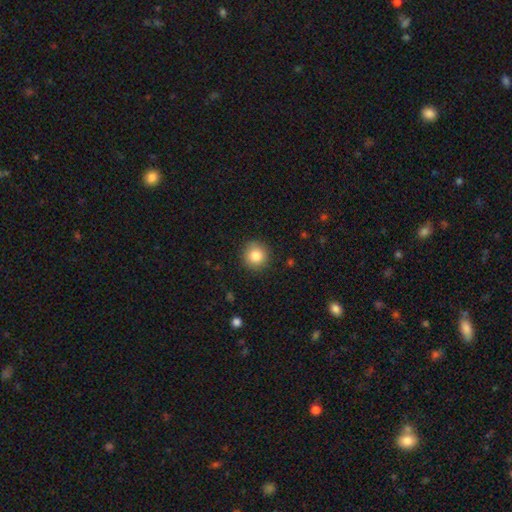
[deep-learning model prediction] Smooth or featured: smooth — 84% (star or artifact — 10%)
How rounded: round — 94% (in between — 5%)
Merging: none — 90% (minor disturbance — 7%)